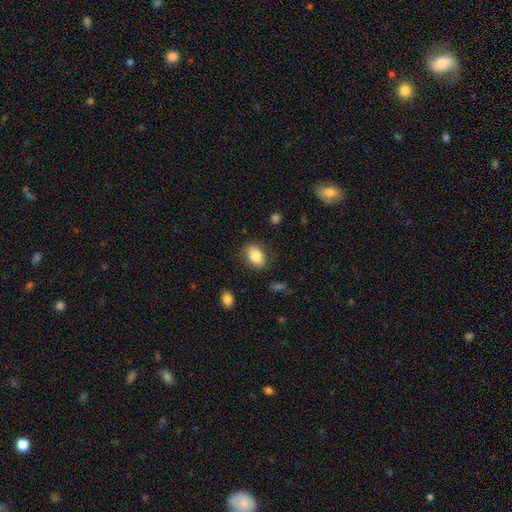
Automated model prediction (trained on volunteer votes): Morphology: type=smooth (83%); roundness=in between (81%); merging=none (81%).